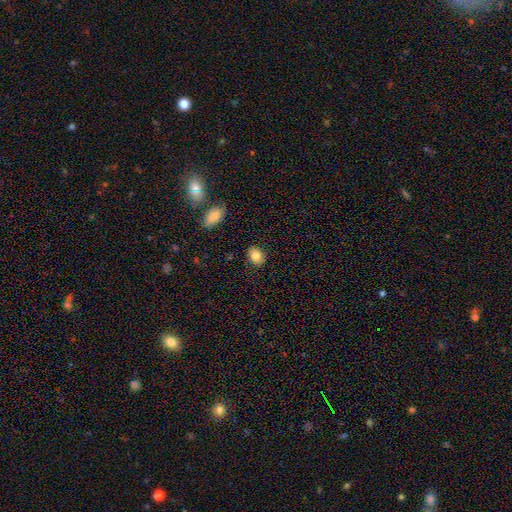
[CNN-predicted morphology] Smooth or featured? Predicted: smooth (p=0.84). How rounded? Predicted: in between (p=0.67). Merging? Predicted: none (p=0.84).